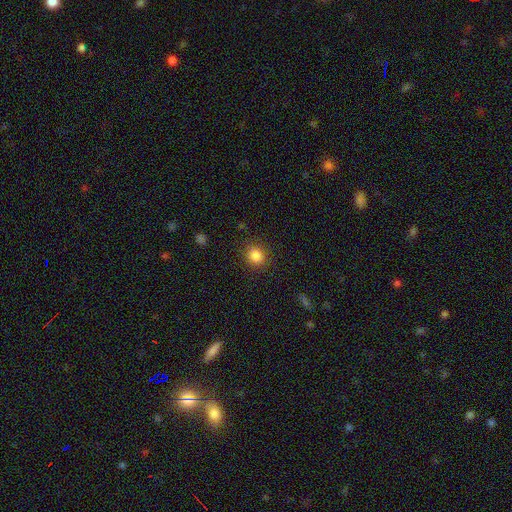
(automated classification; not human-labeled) Smooth or featured: smooth — 85% (star or artifact — 11%)
How rounded: round — 83% (in between — 16%)
Merging: none — 87% (minor disturbance — 8%)